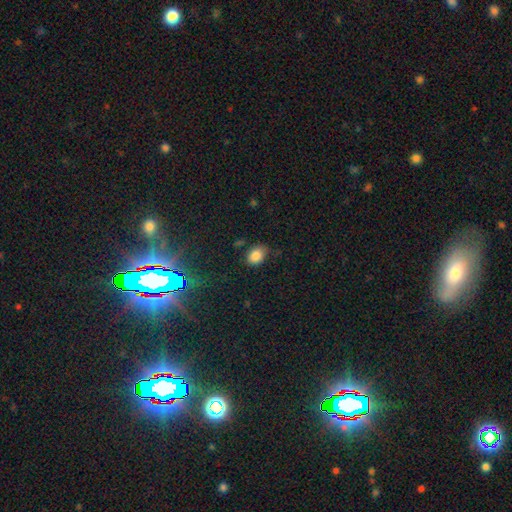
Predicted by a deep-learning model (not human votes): Smooth or featured: smooth — 84% (star or artifact — 11%)
How rounded: in between — 65% (round — 34%)
Merging: none — 68% (minor disturbance — 24%)